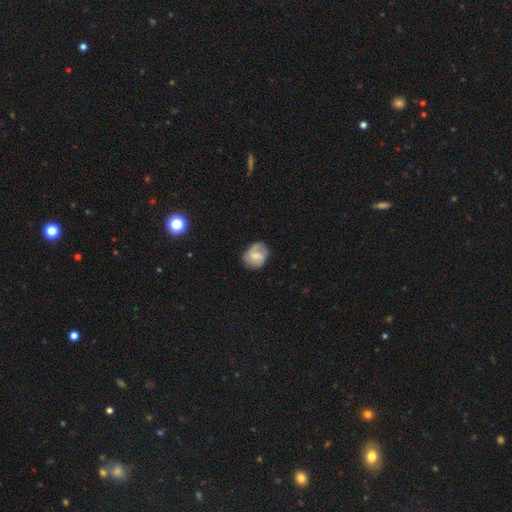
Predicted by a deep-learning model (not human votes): Smooth or featured? Predicted: smooth (p=0.48). Merging? Predicted: none (p=0.68).